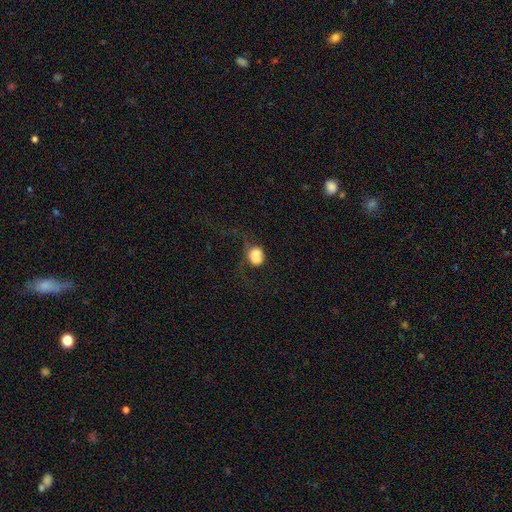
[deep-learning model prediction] This is likely a smooth galaxy (72%). How rounded: likely round (61%). Merging: marginally merger (32%).